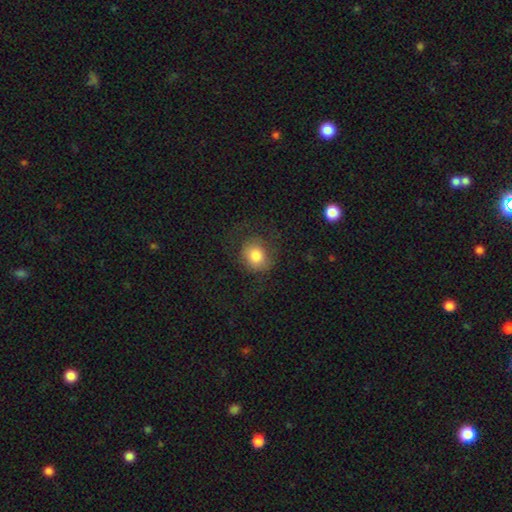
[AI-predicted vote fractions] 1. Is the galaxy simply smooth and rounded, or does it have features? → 78% smooth, 14% featured or disk, 8% star or artifact.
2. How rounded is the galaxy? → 70% round, 29% in between, 1% cigar-shaped.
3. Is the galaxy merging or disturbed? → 62% none, 19% minor disturbance, 18% major disturbance, 1% merger.